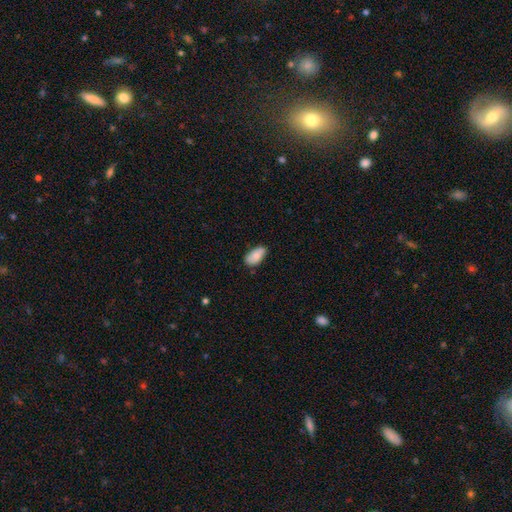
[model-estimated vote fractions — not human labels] Morphology: type=smooth (81%); roundness=in between (93%); merging=none (71%).